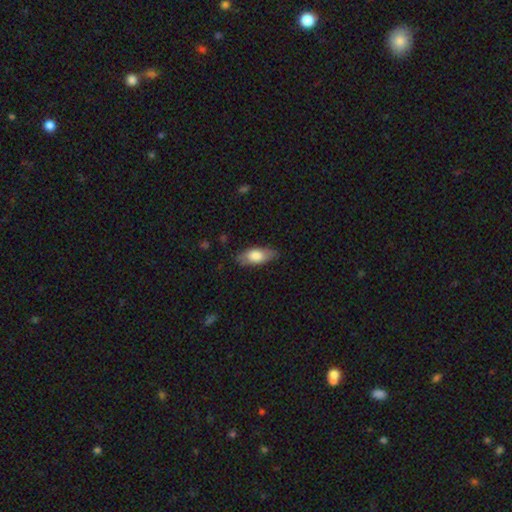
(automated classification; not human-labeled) This appears to be a smooth galaxy with no disk features (75%) that is in between round and cigar-shaped (84%). Merging: none (80%).